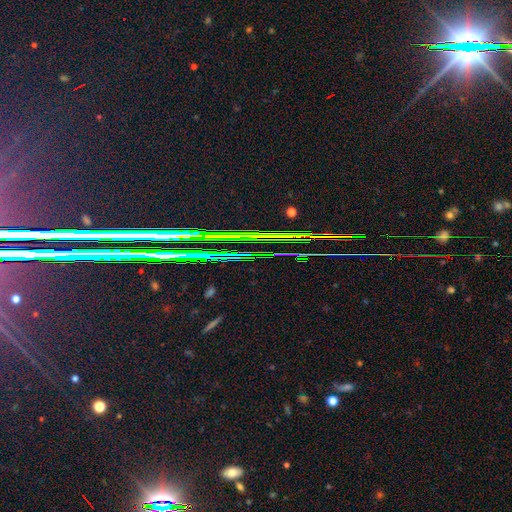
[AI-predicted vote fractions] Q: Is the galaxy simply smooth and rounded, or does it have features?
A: star or artifact — 87%.